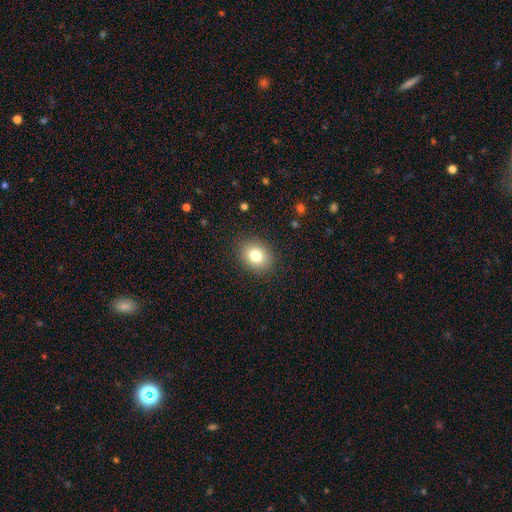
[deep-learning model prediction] Smooth or featured?
  - smooth: 80% *
  - star or artifact: 11%
  - featured or disk: 9%
How rounded?
  - round: 60% *
  - in between: 39%
  - cigar-shaped: 1%
Merging?
  - none: 89% *
  - minor disturbance: 8%
  - major disturbance: 3%
  - merger: 1%